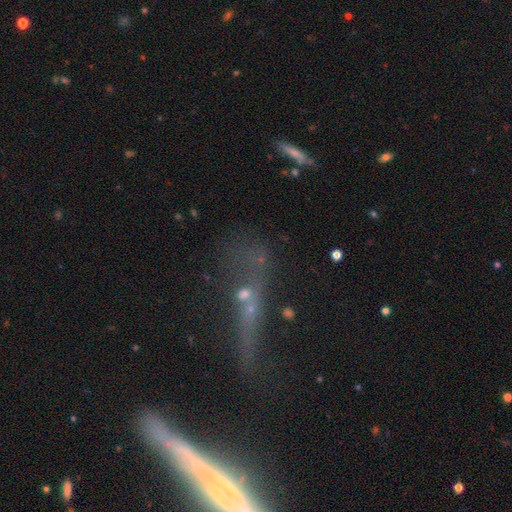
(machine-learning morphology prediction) Smooth or featured?
  - featured or disk: 37% *
  - smooth: 32%
  - star or artifact: 31%
Merging?
  - none: 35% *
  - merger: 31%
  - major disturbance: 21%
  - minor disturbance: 13%